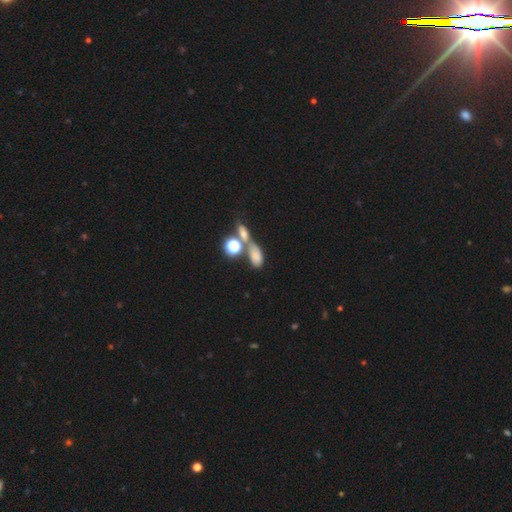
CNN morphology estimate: A smooth galaxy with no disk features (66%) that is in between round and cigar-shaped (77%). Merging: merger (40%).